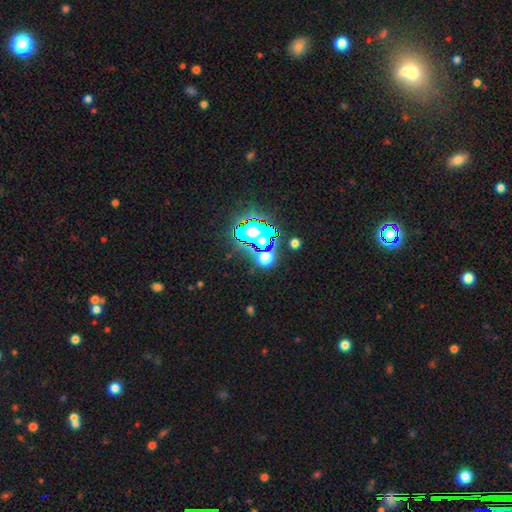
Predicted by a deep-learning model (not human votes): Smooth or featured?
  - star or artifact: 82% *
  - smooth: 11%
  - featured or disk: 7%